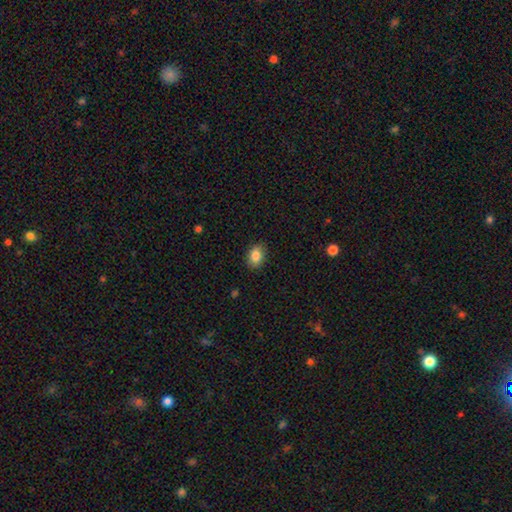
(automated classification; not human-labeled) Morphology: type=smooth (86%); roundness=in between (76%); merging=none (86%).